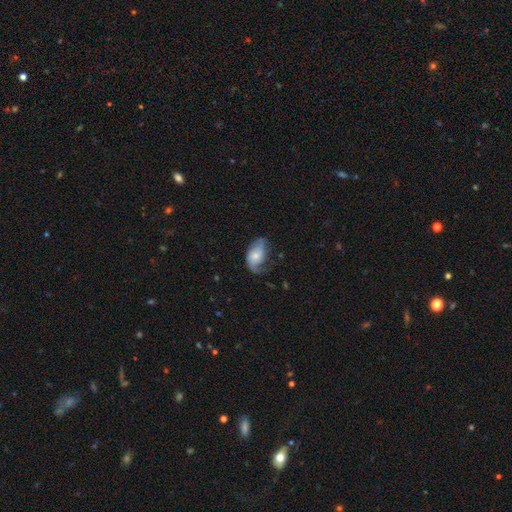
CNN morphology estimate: This appears to be a featured or disk galaxy (52%). Merging: none (38%).